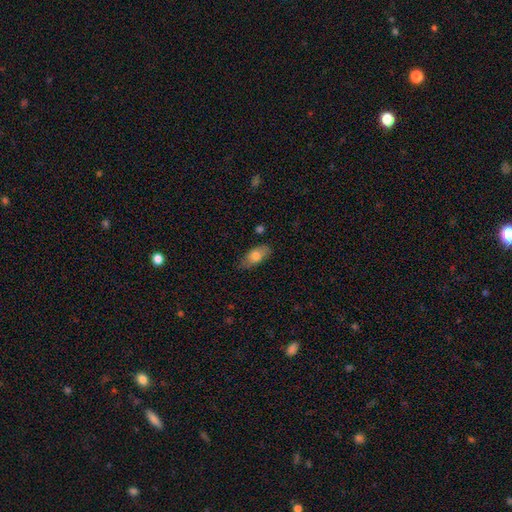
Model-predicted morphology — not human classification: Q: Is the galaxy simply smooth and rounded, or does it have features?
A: smooth — 74%.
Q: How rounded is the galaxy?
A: in between — 86%.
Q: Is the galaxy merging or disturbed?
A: none — 78%.